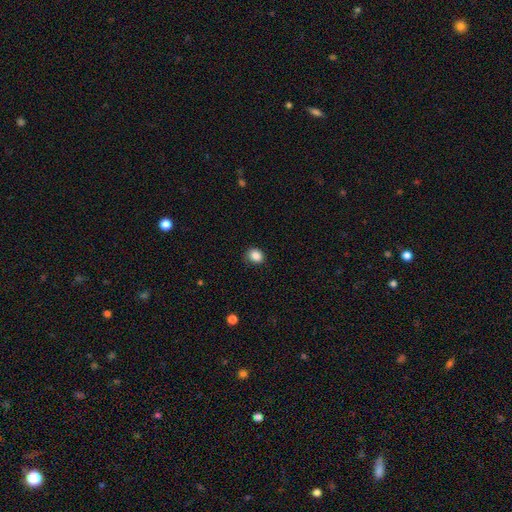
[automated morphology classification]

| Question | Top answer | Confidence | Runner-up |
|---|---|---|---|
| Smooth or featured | smooth | 87% | star or artifact (10%) |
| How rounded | round | 65% | in between (35%) |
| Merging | none | 79% | minor disturbance (16%) |